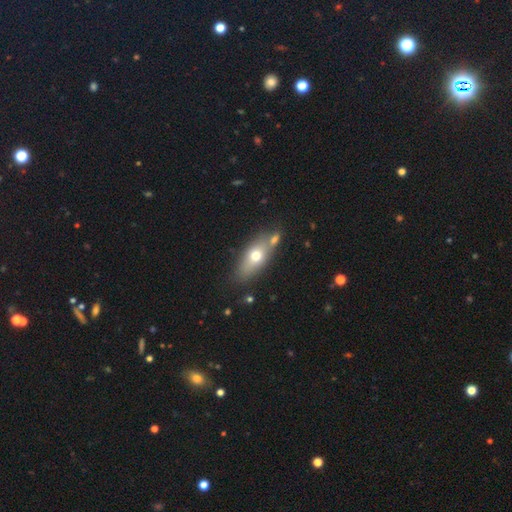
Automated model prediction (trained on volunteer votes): Smooth or featured? smooth (64%)
How rounded? in between (73%)
Merging? none (62%)